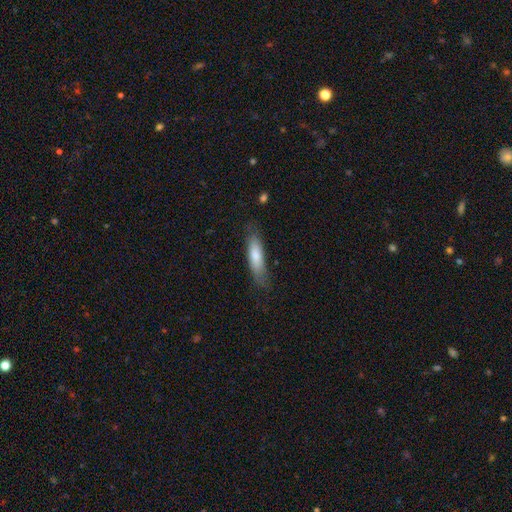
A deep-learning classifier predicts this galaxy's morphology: Smooth or featured? smooth (76%)
How rounded? cigar-shaped (59%)
Merging? none (70%)